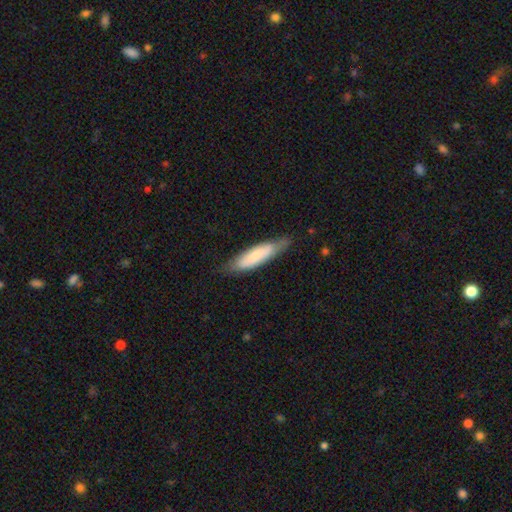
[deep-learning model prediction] This appears to be a smooth galaxy with no disk features (67%) that is cigar-shaped (68%). Merging: none (72%).